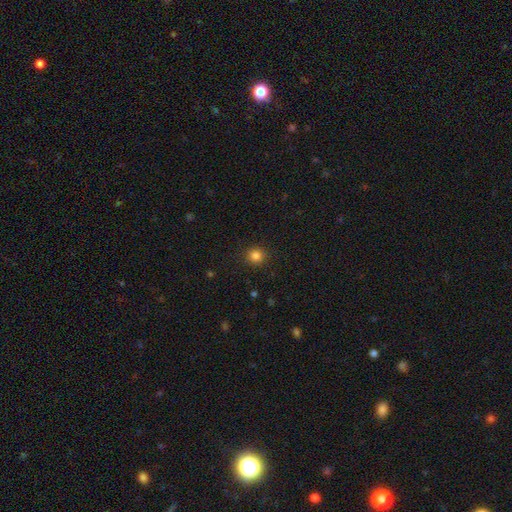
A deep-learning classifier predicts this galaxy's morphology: Overall: smooth (83%). How rounded: round (92%). Merging: none (91%).